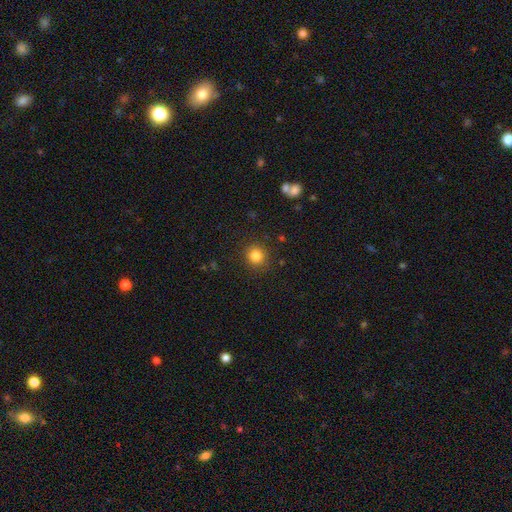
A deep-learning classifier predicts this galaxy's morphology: Smooth or featured?
  - smooth: 83% *
  - star or artifact: 12%
  - featured or disk: 5%
How rounded?
  - round: 91% *
  - in between: 8%
  - cigar-shaped: 1%
Merging?
  - none: 89% *
  - minor disturbance: 7%
  - major disturbance: 3%
  - merger: 1%